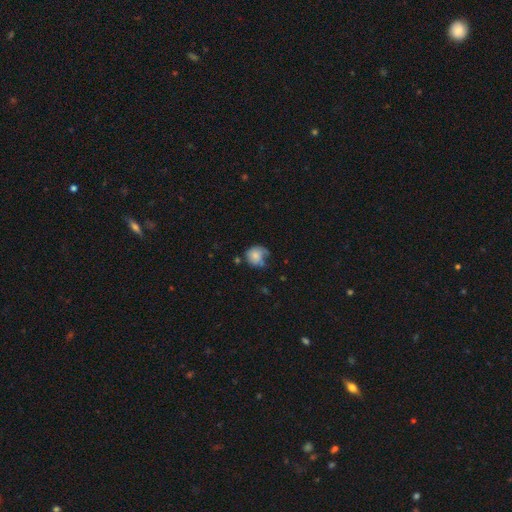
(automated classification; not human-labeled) A smooth galaxy with no disk features (73%) that is round (79%). Merging: none (44%).